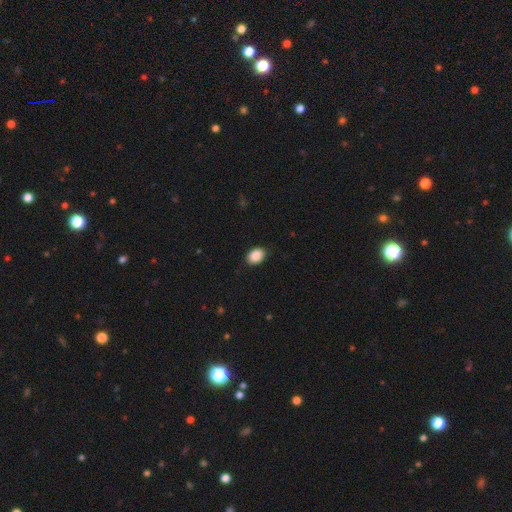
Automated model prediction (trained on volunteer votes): Smooth or featured? smooth (90%)
How rounded? in between (75%)
Merging? none (87%)